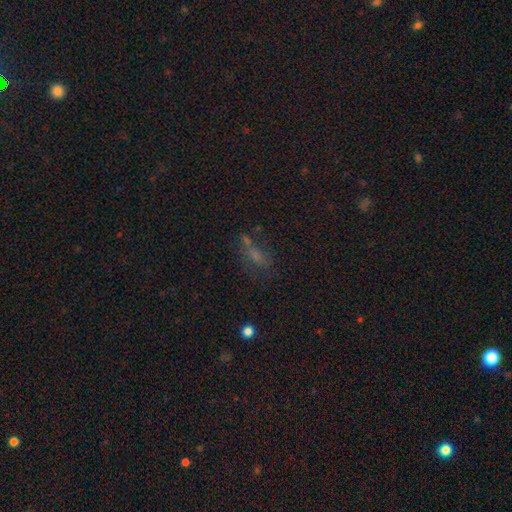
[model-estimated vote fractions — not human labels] smooth-or-featured: smooth: 54% | star or artifact: 25% | featured or disk: 21%
  how-rounded: in between: 61% | cigar-shaped: 30% | round: 9%
  merging: none: 45% | minor disturbance: 21% | major disturbance: 19% | merger: 15%